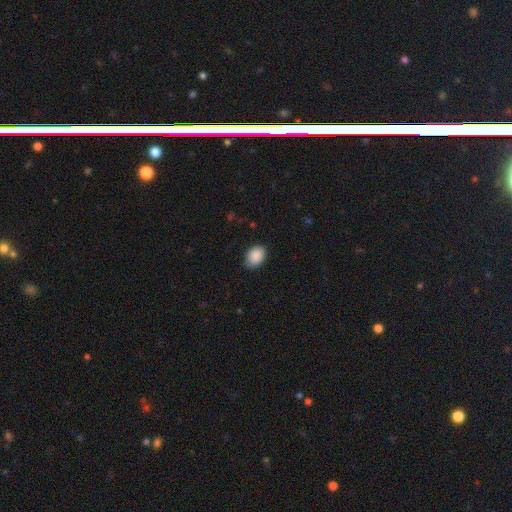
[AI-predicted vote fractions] Morphology: type=smooth (90%); roundness=in between (74%); merging=none (79%).